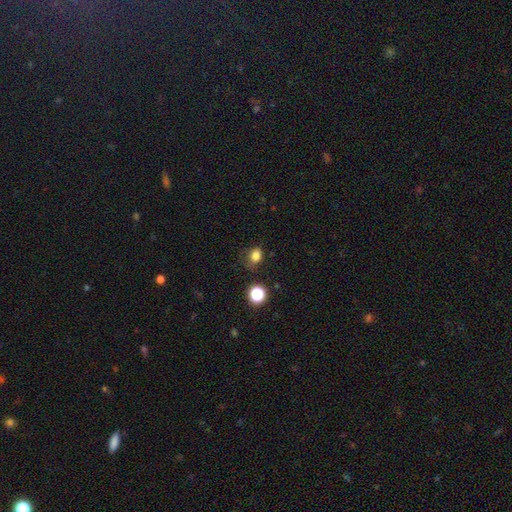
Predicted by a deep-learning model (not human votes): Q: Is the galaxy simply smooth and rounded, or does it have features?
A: smooth — 81%.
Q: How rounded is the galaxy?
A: in between — 52%.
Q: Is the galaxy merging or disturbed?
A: none — 68%.